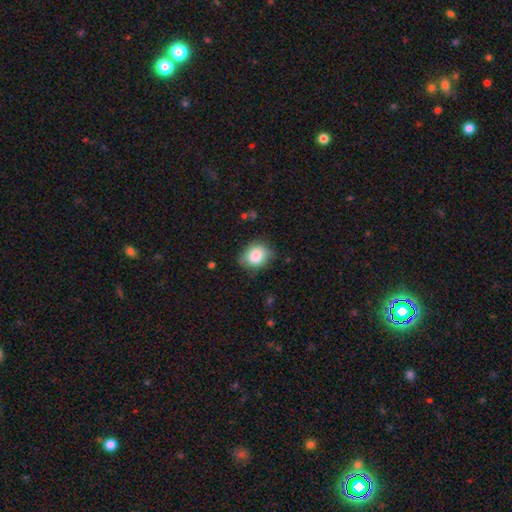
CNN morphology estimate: Q: Smooth or featured?
A: smooth (84%); runner-up: star or artifact (8%)
Q: How rounded?
A: round (55%); runner-up: in between (44%)
Q: Merging?
A: none (76%); runner-up: minor disturbance (19%)